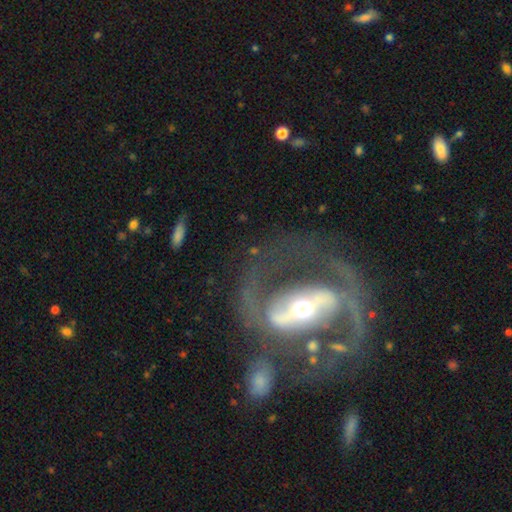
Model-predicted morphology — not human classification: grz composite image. It shows a featured or disk galaxy (88%) with a strong bar (60%), 2 (86%) medium (52%) spiral arms (84%) and a moderate central bulge (58%). Merging: none (57%).